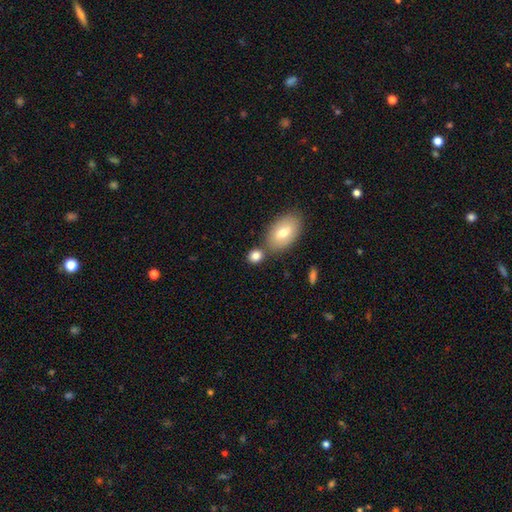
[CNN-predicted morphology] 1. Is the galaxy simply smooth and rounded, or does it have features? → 82% smooth, 9% featured or disk, 9% star or artifact.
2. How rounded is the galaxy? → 52% round, 46% in between, 2% cigar-shaped.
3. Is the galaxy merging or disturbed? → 64% none, 22% merger, 11% minor disturbance, 3% major disturbance.